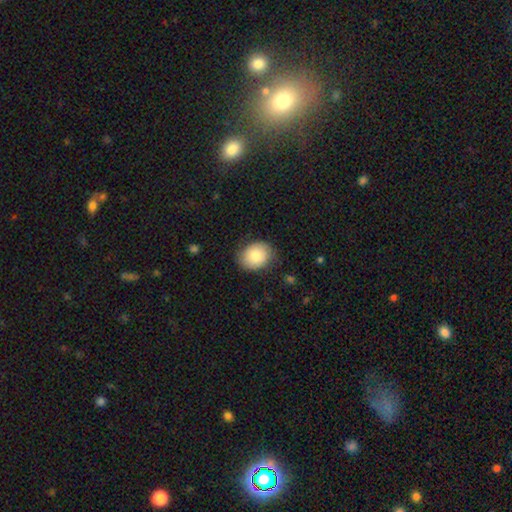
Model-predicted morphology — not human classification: smooth_or_featured: smooth (p=0.81) [alt: featured or disk p=0.12]
how_rounded: round (p=0.50) [alt: in between p=0.49]
merging: none (p=0.78) [alt: minor disturbance p=0.17]